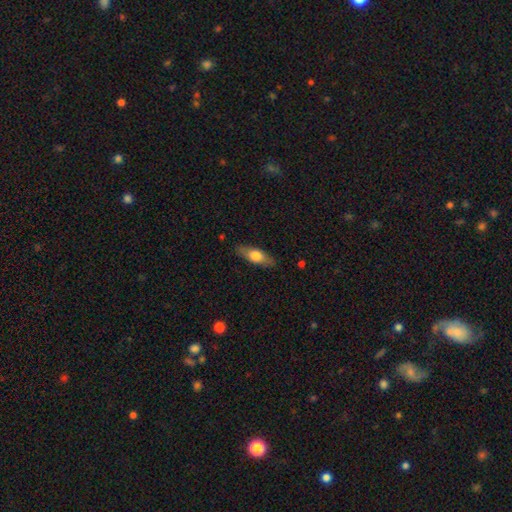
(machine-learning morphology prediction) A smooth galaxy with no disk features (58%) that is in between round and cigar-shaped (57%). Merging: none (85%).